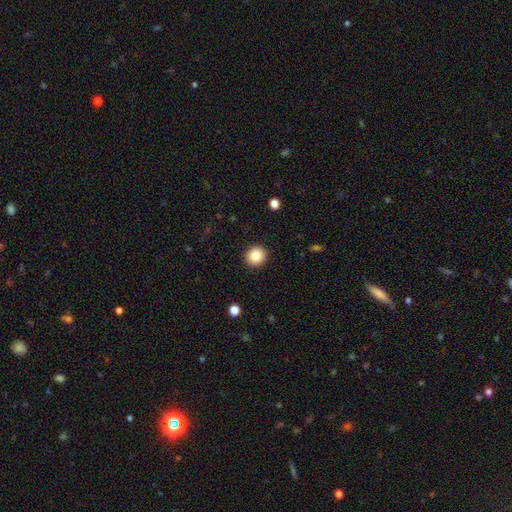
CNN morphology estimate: Q: Smooth or featured?
A: smooth (86%); runner-up: star or artifact (9%)
Q: How rounded?
A: round (89%); runner-up: in between (10%)
Q: Merging?
A: none (92%); runner-up: minor disturbance (6%)